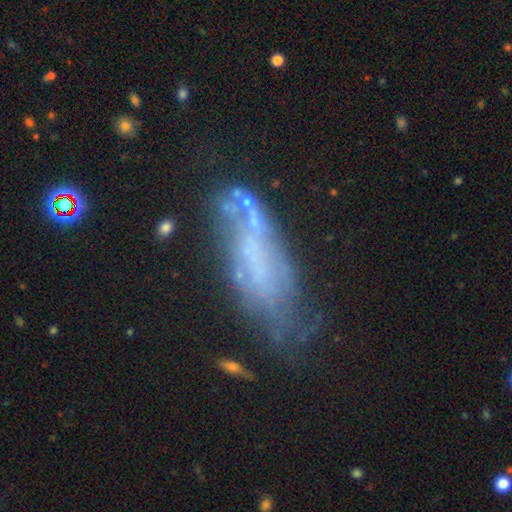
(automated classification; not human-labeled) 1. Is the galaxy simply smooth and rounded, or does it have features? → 54% featured or disk, 32% smooth, 14% star or artifact.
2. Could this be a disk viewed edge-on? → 73% no, 27% yes.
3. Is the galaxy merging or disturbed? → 43% none, 26% minor disturbance, 21% major disturbance, 9% merger.